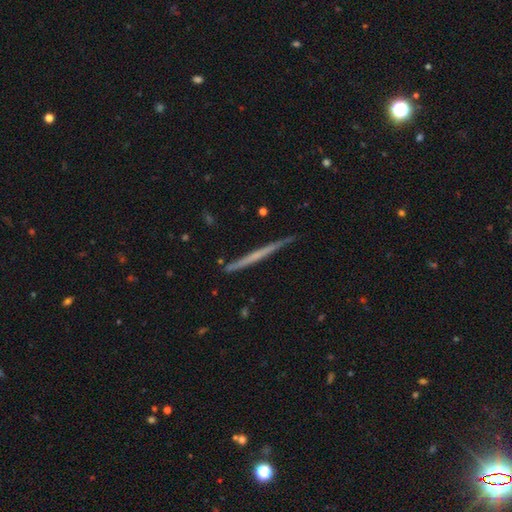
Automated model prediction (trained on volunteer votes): smooth_or_featured: featured or disk (p=0.58) [alt: smooth p=0.36]
disk_edge_on: yes (p=0.98) [alt: no p=0.02]
edge_on_bulge: none (p=0.85) [alt: rounded p=0.11]
merging: none (p=0.89) [alt: minor disturbance p=0.08]